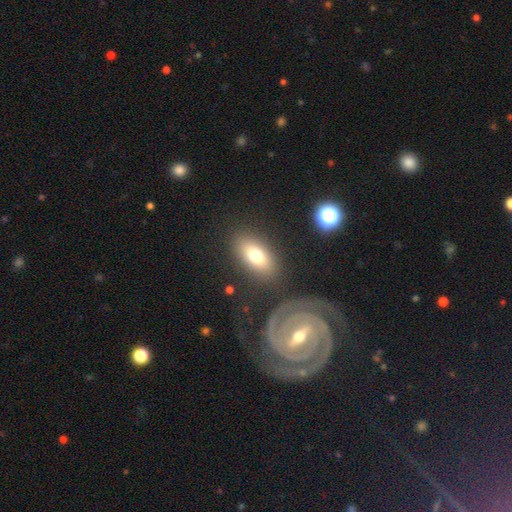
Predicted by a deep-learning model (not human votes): Smooth or featured?
  - smooth: 73% *
  - featured or disk: 18%
  - star or artifact: 9%
How rounded?
  - in between: 86% *
  - round: 9%
  - cigar-shaped: 6%
Merging?
  - none: 82% *
  - minor disturbance: 10%
  - major disturbance: 4%
  - merger: 4%